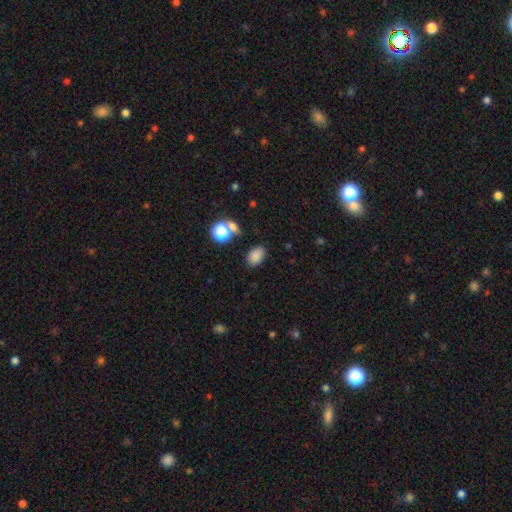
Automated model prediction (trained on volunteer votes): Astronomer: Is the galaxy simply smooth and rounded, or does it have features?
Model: smooth — 82%.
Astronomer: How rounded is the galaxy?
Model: in between — 81%.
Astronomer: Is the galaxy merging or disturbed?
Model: none — 80%.